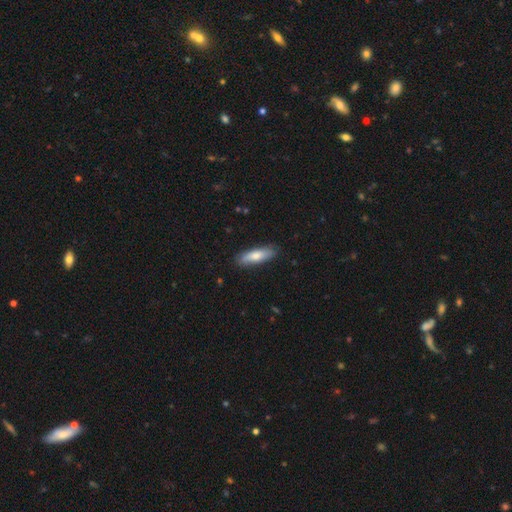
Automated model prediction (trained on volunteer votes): A smooth galaxy with no disk features (71%) that is cigar-shaped (60%). Merging: none (85%).